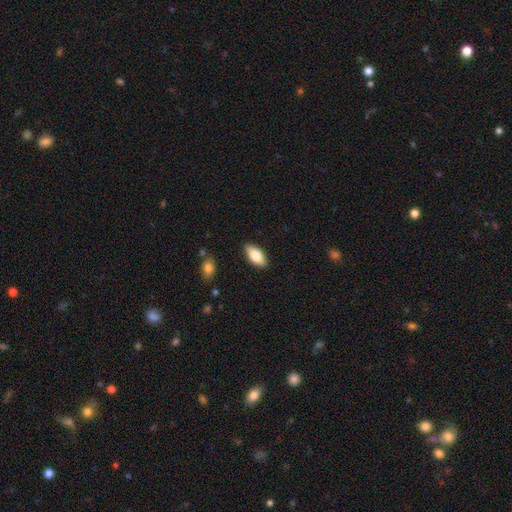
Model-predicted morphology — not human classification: smooth 77%, featured or disk 16%, star or artifact 6%. Down the decision tree: how rounded — in between (87%); merging — none (88%).